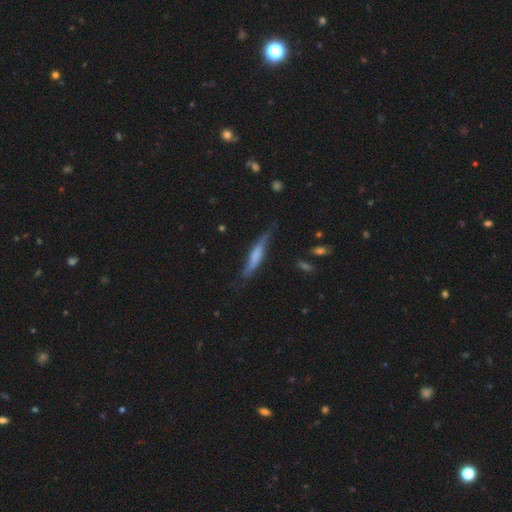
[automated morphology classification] Q: Smooth or featured?
A: smooth (54%); runner-up: featured or disk (40%)
Q: How rounded?
A: cigar-shaped (88%); runner-up: in between (11%)
Q: Merging?
A: none (61%); runner-up: minor disturbance (29%)